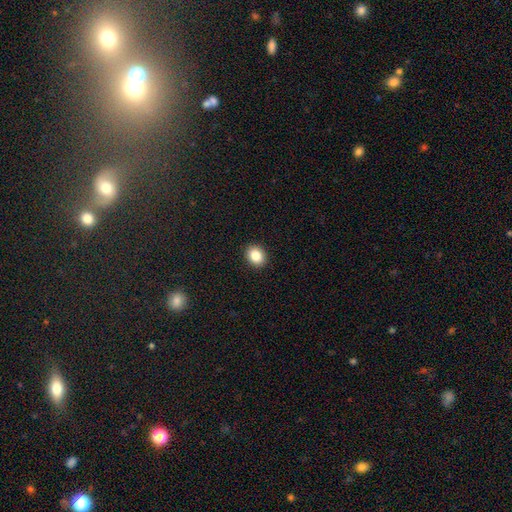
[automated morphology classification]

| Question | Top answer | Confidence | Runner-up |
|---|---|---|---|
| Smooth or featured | smooth | 85% | star or artifact (10%) |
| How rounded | round | 58% | in between (41%) |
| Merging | none | 92% | minor disturbance (6%) |